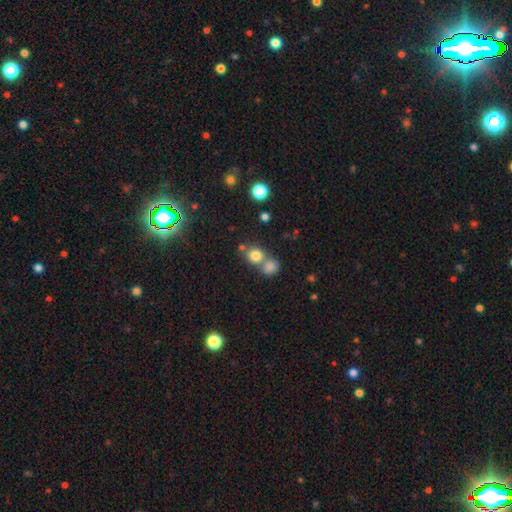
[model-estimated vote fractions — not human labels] Smooth or featured? Predicted: smooth (p=0.79). How rounded? Predicted: round (p=0.80). Merging? Predicted: none (p=0.51).